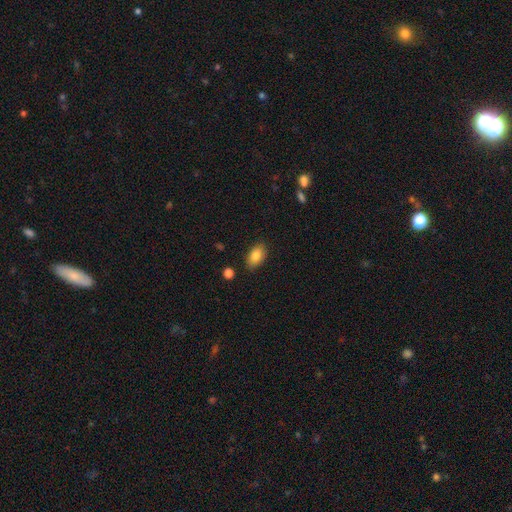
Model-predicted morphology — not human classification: This is clearly a smooth galaxy (84%). How rounded: clearly in between (90%). Merging: clearly none (86%).